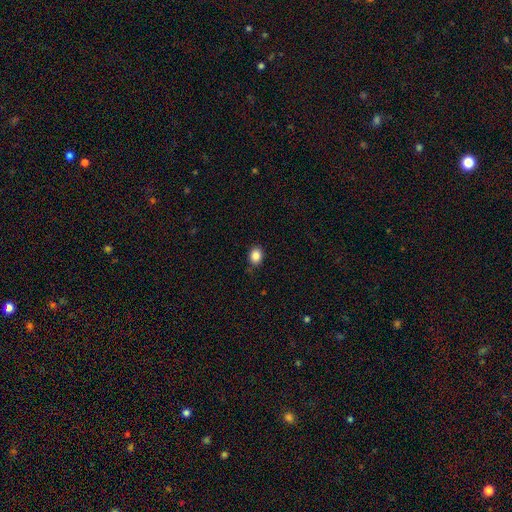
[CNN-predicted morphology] This is clearly a smooth galaxy (86%). How rounded: possibly in between (53%). Merging: clearly none (84%).